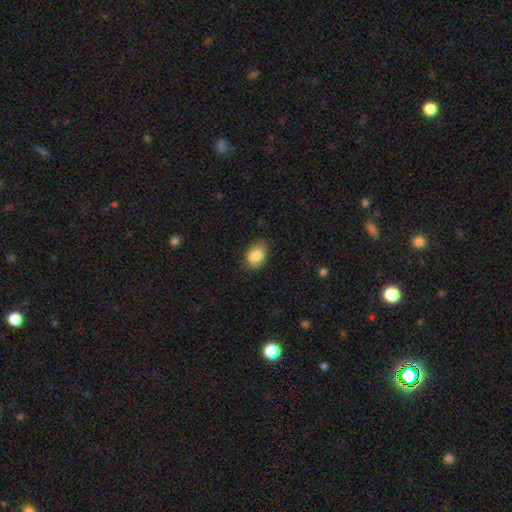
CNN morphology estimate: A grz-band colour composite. It shows a smooth galaxy with no disk features (87%) that is in between round and cigar-shaped (85%). Merging: none (82%).